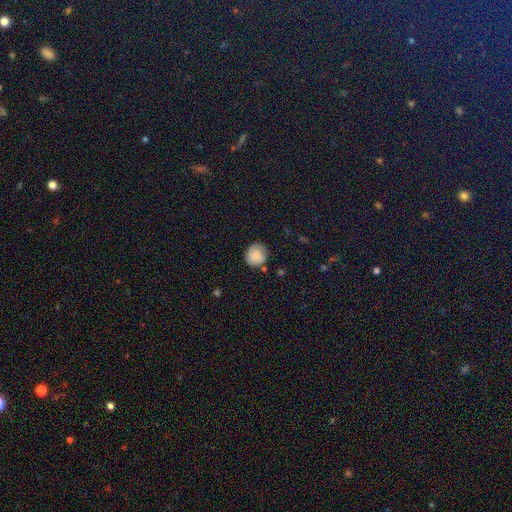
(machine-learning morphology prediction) A smooth galaxy with no disk features (77%) that is round (87%).

Vote fractions:
- Smooth or featured? smooth: 77% / featured or disk: 15% / star or artifact: 8%
- How rounded? round: 87% / in between: 12% / cigar-shaped: 1%
- Merging? none: 78% / minor disturbance: 15% / major disturbance: 4% / merger: 3%